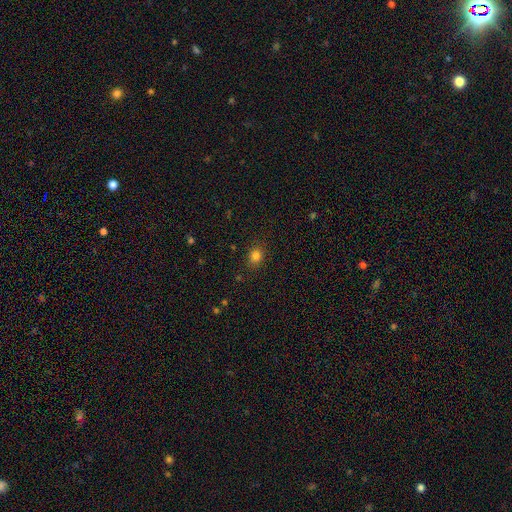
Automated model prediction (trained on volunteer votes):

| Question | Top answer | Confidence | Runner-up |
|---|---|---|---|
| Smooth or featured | smooth | 81% | star or artifact (13%) |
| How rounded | round | 59% | in between (40%) |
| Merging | none | 86% | minor disturbance (10%) |